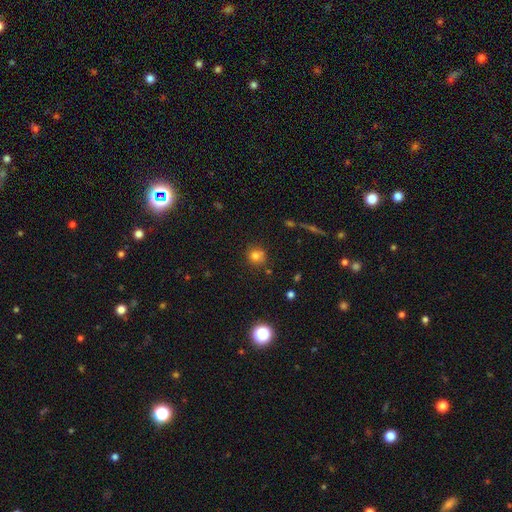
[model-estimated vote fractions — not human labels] Morphology: type=smooth (76%); roundness=round (86%); merging=none (70%).